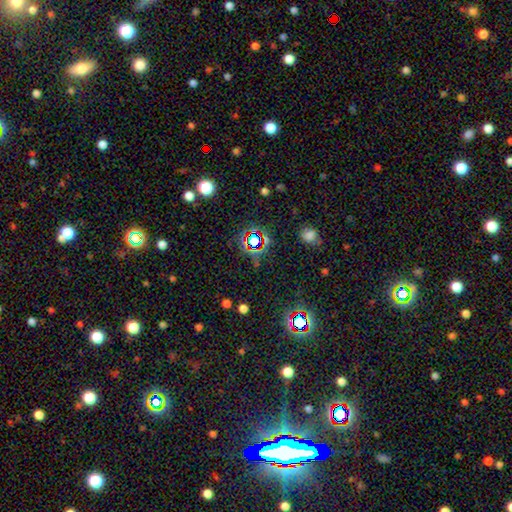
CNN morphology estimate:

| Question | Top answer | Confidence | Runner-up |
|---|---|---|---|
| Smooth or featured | star or artifact | 73% | smooth (18%) |